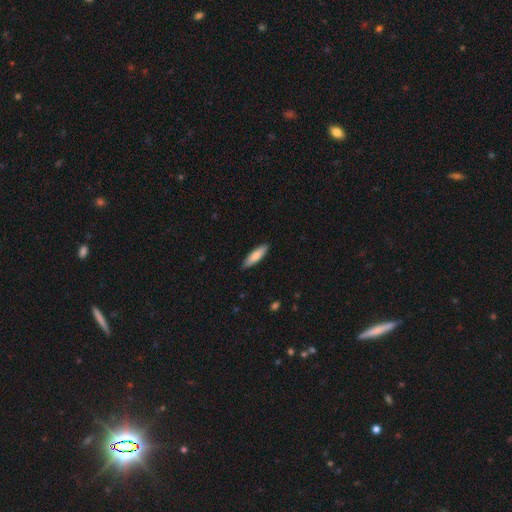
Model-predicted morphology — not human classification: smooth 78%, featured or disk 16%, star or artifact 5%. Down the decision tree: how rounded — cigar-shaped (68%); merging — none (89%).